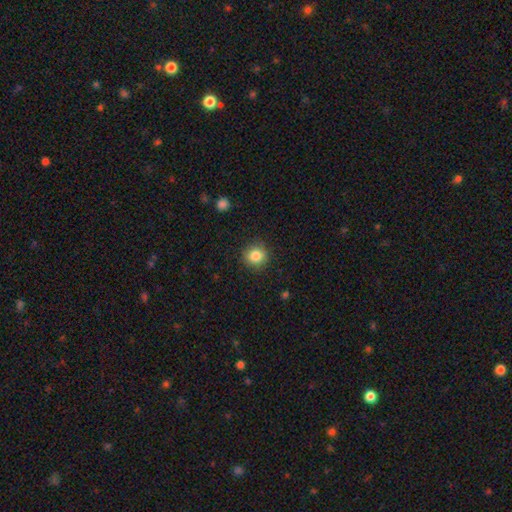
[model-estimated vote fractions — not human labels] smooth-or-featured: smooth: 84% | star or artifact: 10% | featured or disk: 5%
  how-rounded: round: 90% | in between: 9% | cigar-shaped: 1%
  merging: none: 89% | minor disturbance: 7% | major disturbance: 2% | merger: 1%